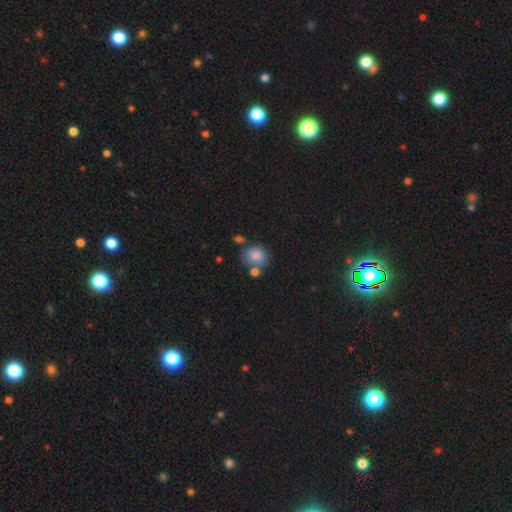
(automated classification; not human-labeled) smooth_or_featured: smooth (p=0.83) [alt: star or artifact p=0.09]
how_rounded: round (p=0.72) [alt: in between p=0.27]
merging: none (p=0.59) [alt: merger p=0.19]